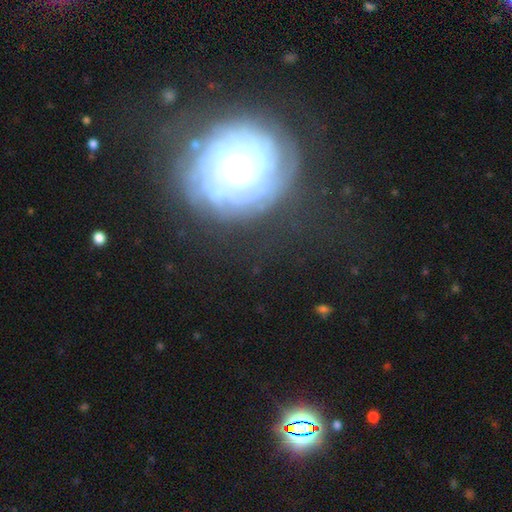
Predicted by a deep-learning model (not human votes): Smooth or featured?
  - featured or disk: 79% *
  - smooth: 11%
  - star or artifact: 10%
Edge-on disk?
  - no: 97% *
  - yes: 3%
Bar?
  - no: 76% *
  - weak: 18%
  - strong: 7%
Spiral arms?
  - yes: 96% *
  - no: 4%
Spiral winding?
  - tight: 84% *
  - medium: 13%
  - loose: 3%
Spiral arm count?
  - can't tell: 37% *
  - 4: 15%
  - more than 4: 15%
  - 3: 13%
  - 2: 12%
  - 1: 8%
Bulge size?
  - small: 48% *
  - moderate: 43%
  - large: 6%
  - none: 2%
  - dominant: 2%
Merging?
  - none: 77% *
  - minor disturbance: 14%
  - major disturbance: 7%
  - merger: 2%